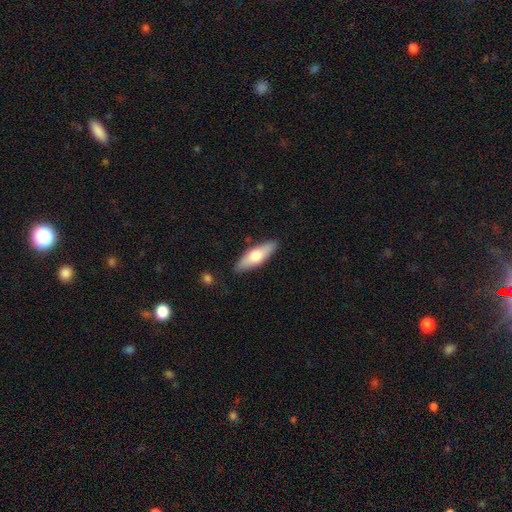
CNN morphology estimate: smooth_or_featured: smooth (p=0.64) [alt: featured or disk p=0.31]
how_rounded: in between (p=0.52) [alt: cigar-shaped p=0.46]
merging: none (p=0.86) [alt: minor disturbance p=0.10]